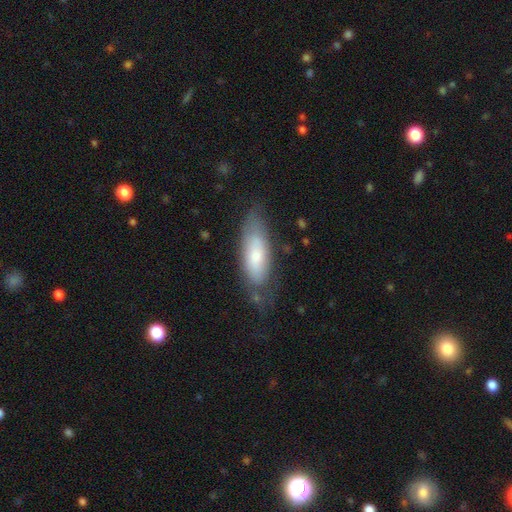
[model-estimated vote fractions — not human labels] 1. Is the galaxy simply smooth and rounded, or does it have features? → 63% smooth, 30% featured or disk, 7% star or artifact.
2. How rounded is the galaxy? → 71% in between, 26% cigar-shaped, 2% round.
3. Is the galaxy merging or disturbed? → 61% none, 26% minor disturbance, 10% major disturbance, 3% merger.